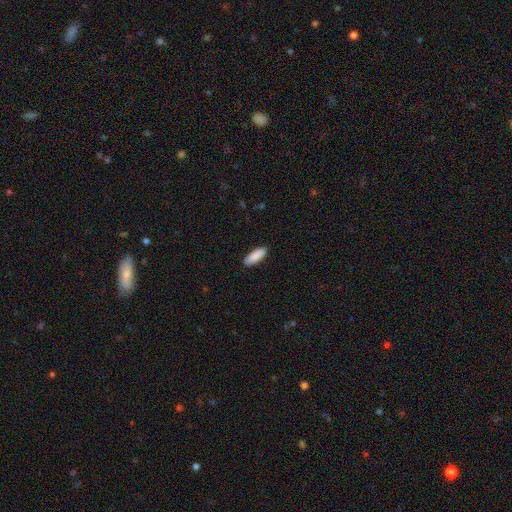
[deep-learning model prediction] This appears to be a smooth galaxy with no disk features (90%) that is in between round and cigar-shaped (66%). Merging: none (88%).